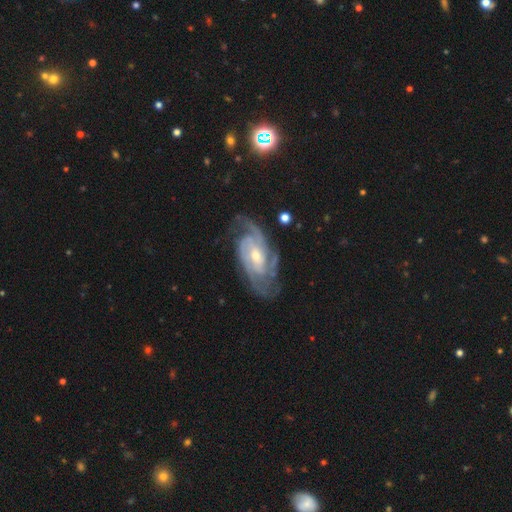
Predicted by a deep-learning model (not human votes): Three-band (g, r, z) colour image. It shows a featured or disk galaxy (91%) with no bar (47%), 3 (32%) tight (60%) spiral arms (98%) and a moderate central bulge (49%). Merging: none (72%).